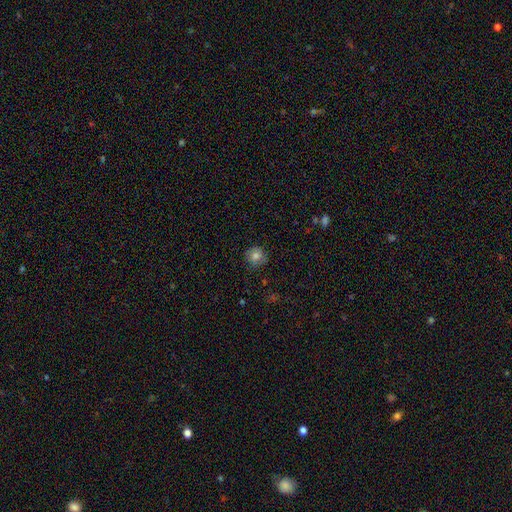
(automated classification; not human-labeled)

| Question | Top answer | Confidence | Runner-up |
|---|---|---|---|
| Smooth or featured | smooth | 79% | star or artifact (11%) |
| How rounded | round | 90% | in between (9%) |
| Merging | none | 81% | minor disturbance (14%) |